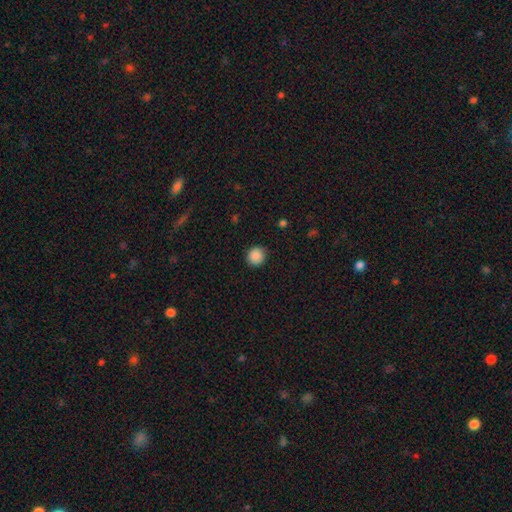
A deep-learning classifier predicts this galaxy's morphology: Smooth or featured?
  - smooth: 88% *
  - star or artifact: 9%
  - featured or disk: 3%
How rounded?
  - round: 92% *
  - in between: 7%
  - cigar-shaped: 1%
Merging?
  - none: 89% *
  - minor disturbance: 8%
  - major disturbance: 2%
  - merger: 1%